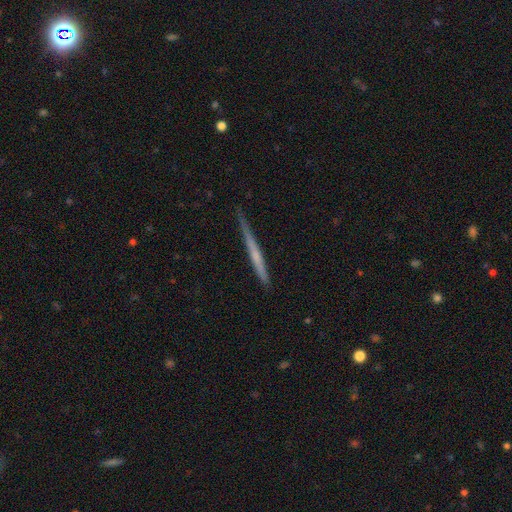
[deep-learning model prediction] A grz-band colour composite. It shows a featured or disk galaxy (54%) viewed edge-on (97%) with no central bulge (74%). Merging: none (80%).